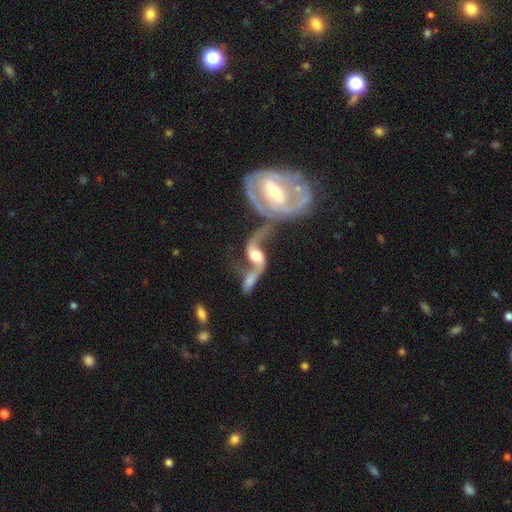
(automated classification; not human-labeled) smooth_or_featured: featured or disk (p=0.85) [alt: smooth p=0.10]
disk_edge_on: no (p=0.95) [alt: yes p=0.05]
bar: no (p=0.44) [alt: weak p=0.38]
has_spiral_arms: yes (p=0.93) [alt: no p=0.07]
spiral_winding: loose (p=0.81) [alt: medium p=0.15]
spiral_arm_count: 2 (p=0.91) [alt: 1 p=0.03]
bulge_size: moderate (p=0.60) [alt: small p=0.17]
merging: merger (p=0.59) [alt: none p=0.21]